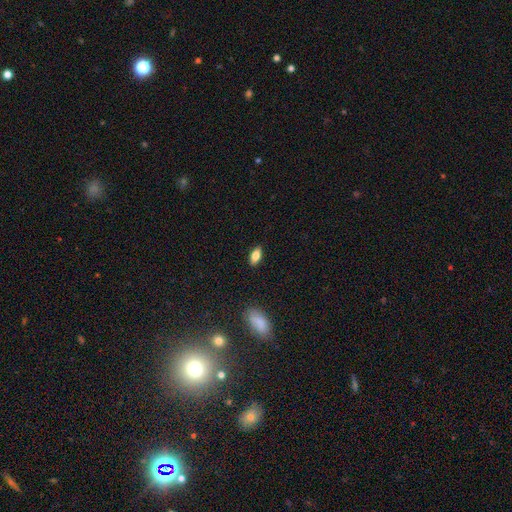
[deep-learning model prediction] A smooth galaxy with no disk features (78%) that is in between round and cigar-shaped (85%).

Vote fractions:
- Smooth or featured? smooth: 78% / featured or disk: 14% / star or artifact: 8%
- How rounded? in between: 85% / cigar-shaped: 12% / round: 3%
- Merging? none: 88% / minor disturbance: 9% / major disturbance: 2% / merger: 1%